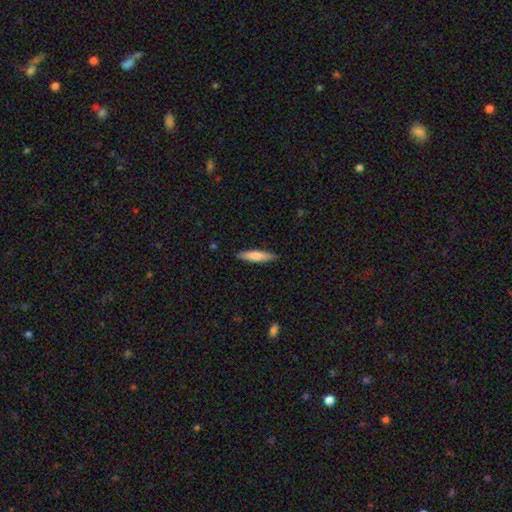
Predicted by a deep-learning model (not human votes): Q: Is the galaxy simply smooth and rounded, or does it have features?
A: smooth — 72%.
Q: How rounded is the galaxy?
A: cigar-shaped — 80%.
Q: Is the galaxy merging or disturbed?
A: none — 89%.